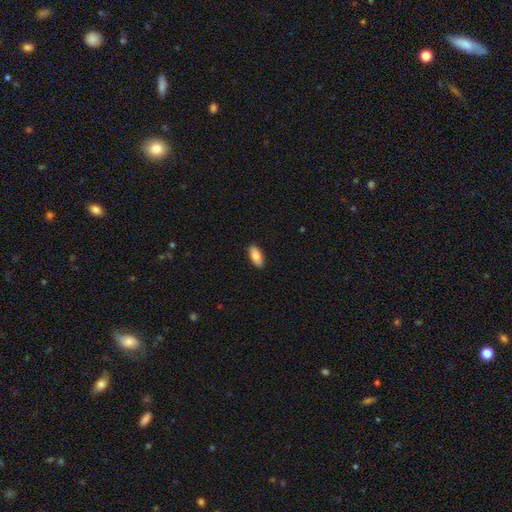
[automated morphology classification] smooth_or_featured: smooth (p=0.83) [alt: featured or disk p=0.11]
how_rounded: in between (p=0.90) [alt: cigar-shaped p=0.08]
merging: none (p=0.89) [alt: minor disturbance p=0.08]